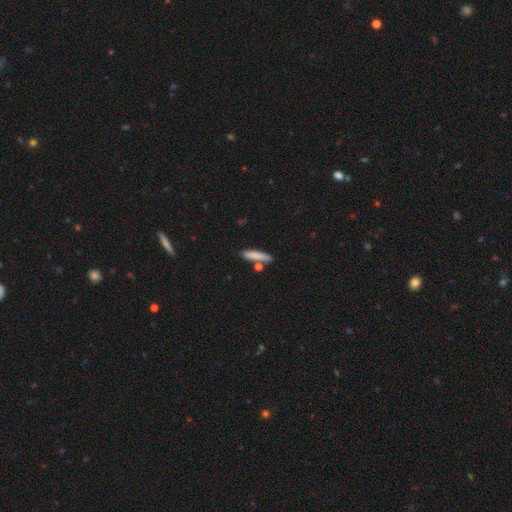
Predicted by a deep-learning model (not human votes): A smooth galaxy with no disk features (83%) that is cigar-shaped (82%). Merging: none (75%).